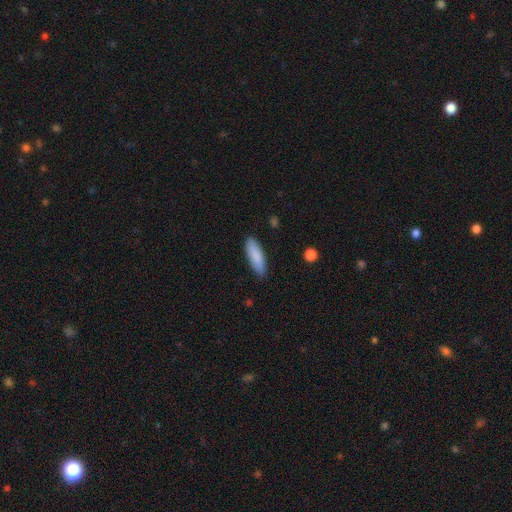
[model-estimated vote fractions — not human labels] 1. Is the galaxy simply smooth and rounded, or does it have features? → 88% smooth, 7% featured or disk, 6% star or artifact.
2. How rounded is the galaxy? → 50% in between, 48% cigar-shaped, 2% round.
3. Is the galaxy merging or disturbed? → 86% none, 11% minor disturbance, 2% major disturbance, 1% merger.